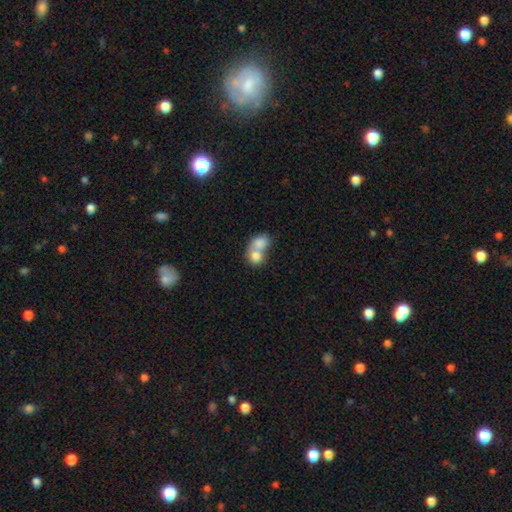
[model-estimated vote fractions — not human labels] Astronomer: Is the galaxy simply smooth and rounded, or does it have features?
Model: smooth — 78%.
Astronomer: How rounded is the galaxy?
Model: round — 52% (runner-up: in between, 47%).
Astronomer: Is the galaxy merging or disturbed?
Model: merger — 74%.